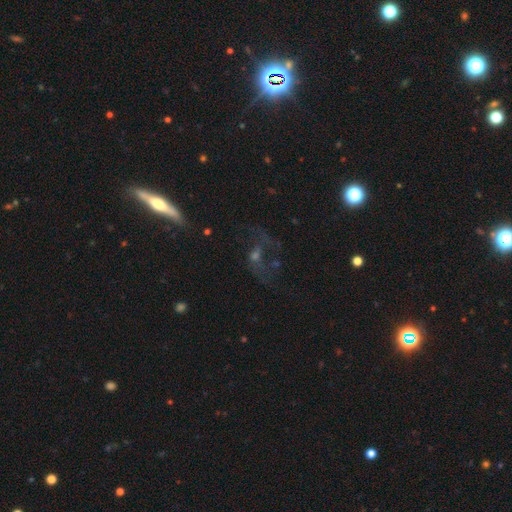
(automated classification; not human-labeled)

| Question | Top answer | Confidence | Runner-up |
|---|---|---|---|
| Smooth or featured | featured or disk | 47% | star or artifact (28%) |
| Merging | none | 47% | major disturbance (31%) |